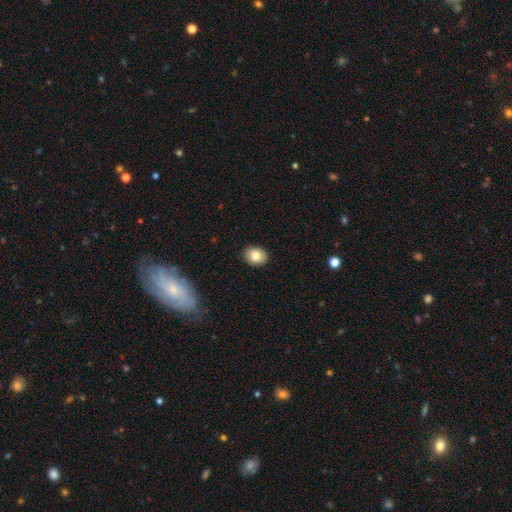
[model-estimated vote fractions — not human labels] This appears to be a smooth galaxy with no disk features (81%) that is in between round and cigar-shaped (63%). Merging: none (90%).